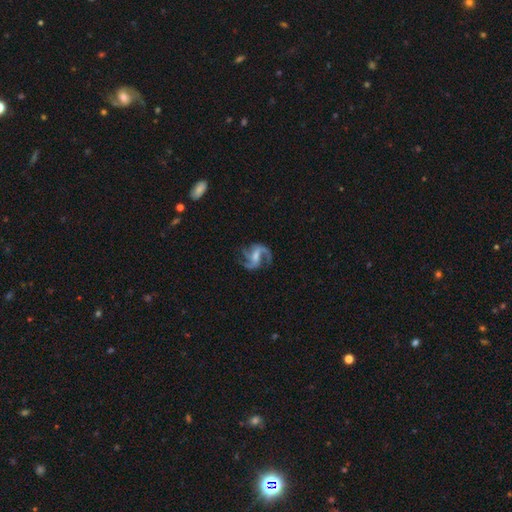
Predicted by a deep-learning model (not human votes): The model was most divided on "spiral winding": medium: 48%, loose: 40%, tight: 12%. Remaining: edge-on disk — no (98%); spiral arms — yes (97%); smooth or featured — featured or disk (87%); merging — none (66%); bar — weak (47%); spiral arm count — 3 (43%); bulge size — moderate (42%).